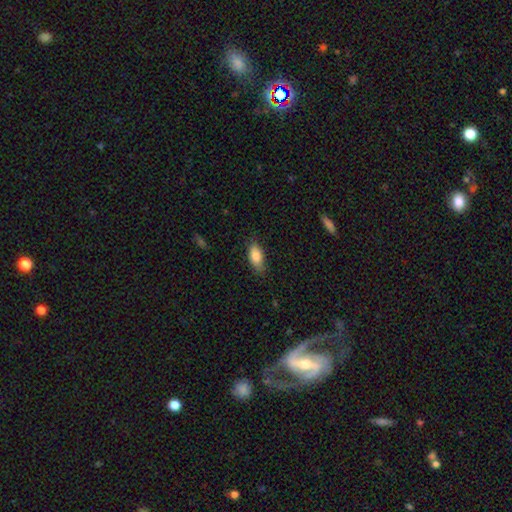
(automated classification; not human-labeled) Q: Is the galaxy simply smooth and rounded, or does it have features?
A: smooth — 84%.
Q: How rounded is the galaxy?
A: in between — 88%.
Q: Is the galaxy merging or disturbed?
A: none — 80%.